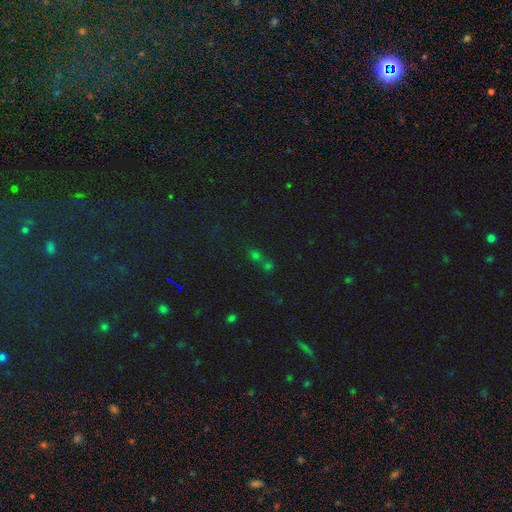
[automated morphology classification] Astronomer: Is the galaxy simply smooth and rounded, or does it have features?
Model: star or artifact — 47% (runner-up: smooth, 42%).